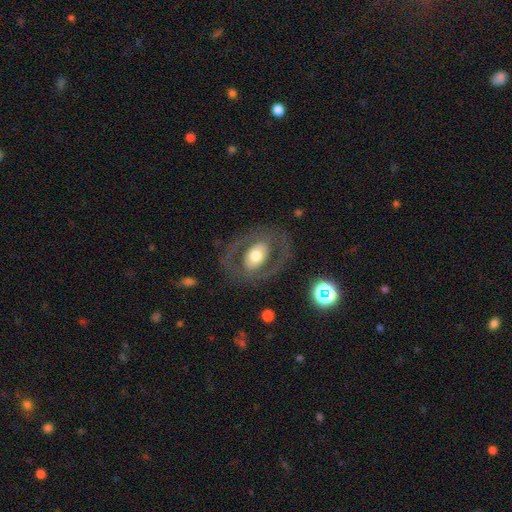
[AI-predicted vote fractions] A featured or disk galaxy (60%) with no bar (62%), no spiral arms (68%) and a moderate central bulge (58%).

Vote fractions:
- Smooth or featured? featured or disk: 60% / smooth: 33% / star or artifact: 6%
- Edge-on disk? no: 94% / yes: 6%
- Bar? no: 62% / weak: 22% / strong: 16%
- Spiral arms? no: 68% / yes: 32%
- Bulge size? moderate: 58% / large: 29% / small: 8% / dominant: 3% / none: 1%
- Merging? none: 76% / minor disturbance: 11% / major disturbance: 11% / merger: 1%